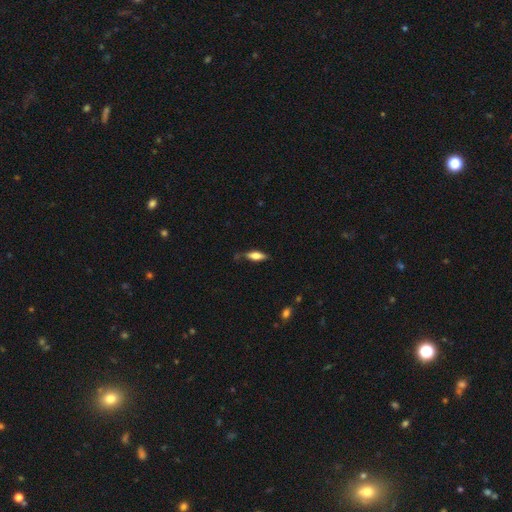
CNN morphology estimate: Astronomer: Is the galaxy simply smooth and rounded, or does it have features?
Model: smooth — 67%.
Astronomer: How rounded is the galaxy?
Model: in between — 59% (runner-up: cigar-shaped, 39%).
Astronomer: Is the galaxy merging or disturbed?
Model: none — 68%.